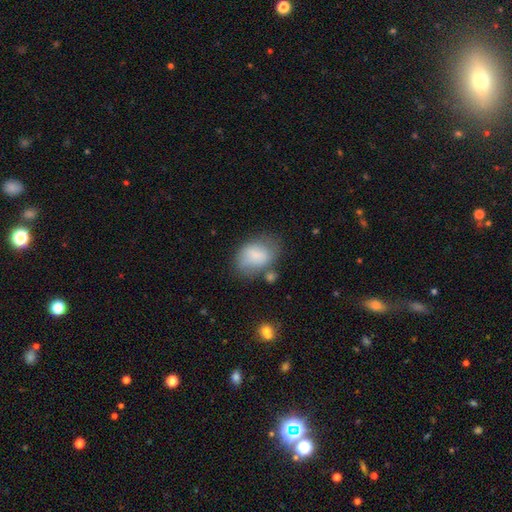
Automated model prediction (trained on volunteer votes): This appears to be a smooth galaxy with no disk features (76%) that is in between round and cigar-shaped (78%). Merging: none (51%).